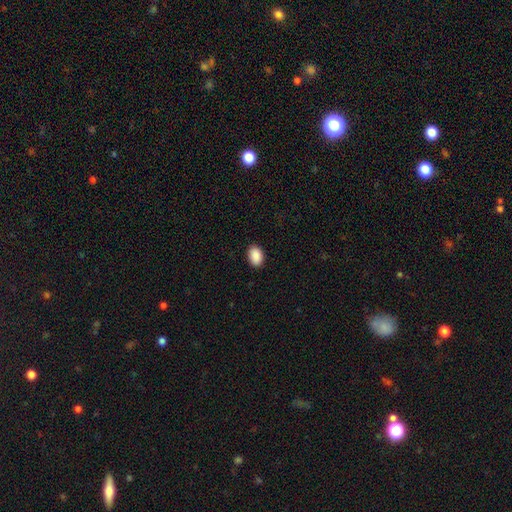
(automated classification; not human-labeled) This appears to be a smooth galaxy with no disk features (91%) that is in between round and cigar-shaped (83%). Merging: none (90%).